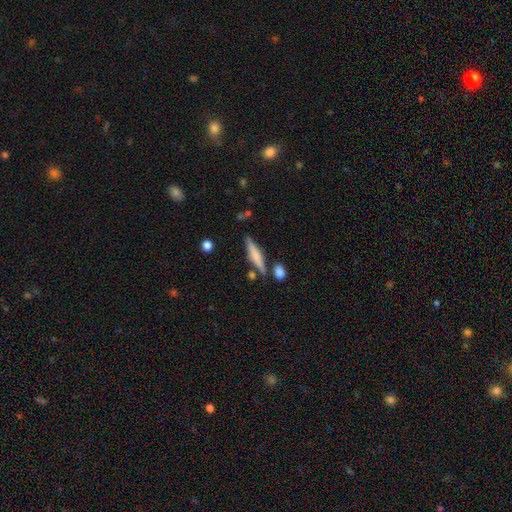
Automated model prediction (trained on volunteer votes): This is possibly a smooth galaxy (58%). How rounded: clearly cigar-shaped (84%). Merging: likely none (75%).